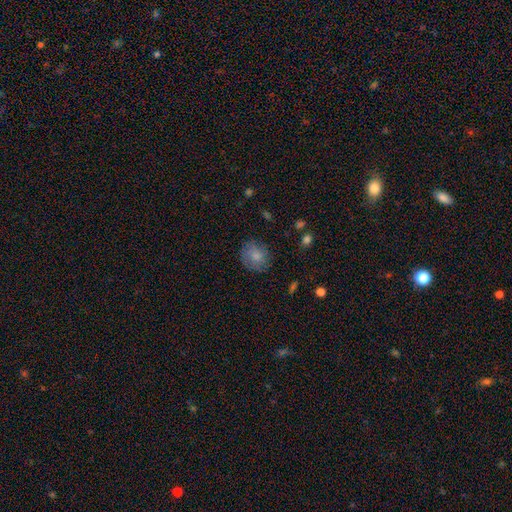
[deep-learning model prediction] Smooth or featured?
  - smooth: 78% *
  - featured or disk: 14%
  - star or artifact: 8%
How rounded?
  - round: 80% *
  - in between: 19%
  - cigar-shaped: 1%
Merging?
  - none: 77% *
  - minor disturbance: 17%
  - major disturbance: 5%
  - merger: 1%